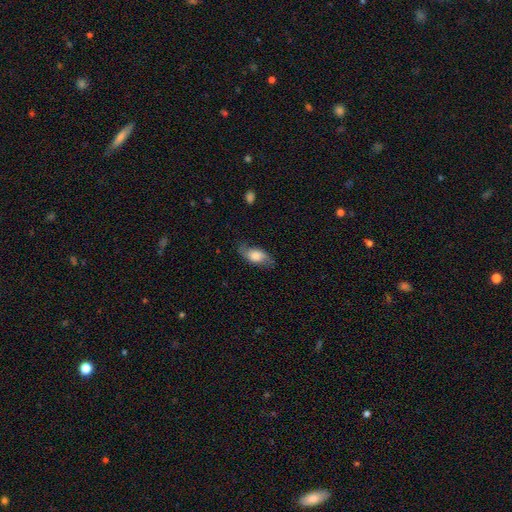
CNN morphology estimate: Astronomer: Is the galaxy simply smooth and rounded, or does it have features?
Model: smooth — 58% (runner-up: featured or disk, 34%).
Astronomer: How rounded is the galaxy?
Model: in between — 85%.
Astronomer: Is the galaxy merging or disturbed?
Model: none — 71%.